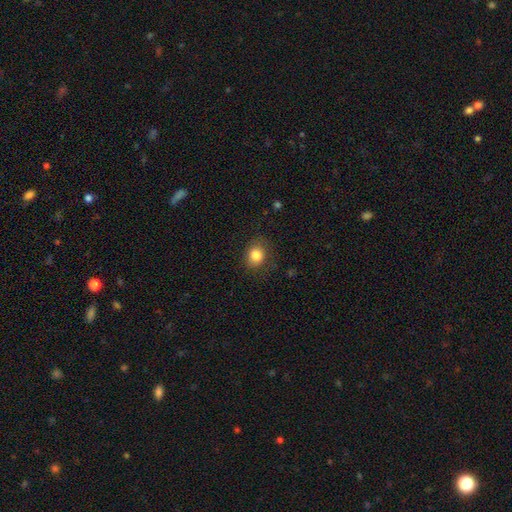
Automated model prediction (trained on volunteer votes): Smooth or featured?
  - smooth: 84% *
  - star or artifact: 10%
  - featured or disk: 6%
How rounded?
  - round: 68% *
  - in between: 31%
  - cigar-shaped: 1%
Merging?
  - none: 81% *
  - minor disturbance: 14%
  - major disturbance: 4%
  - merger: 1%